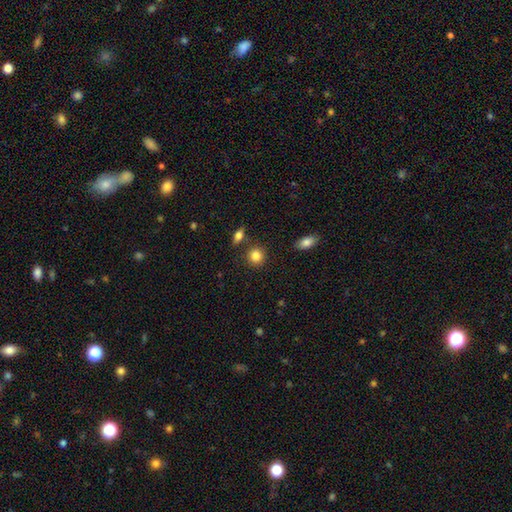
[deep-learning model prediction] A smooth galaxy with no disk features (85%) that is round (86%).

Vote fractions:
- Smooth or featured? smooth: 85% / star or artifact: 9% / featured or disk: 6%
- How rounded? round: 86% / in between: 13% / cigar-shaped: 1%
- Merging? none: 82% / minor disturbance: 9% / merger: 6% / major disturbance: 3%